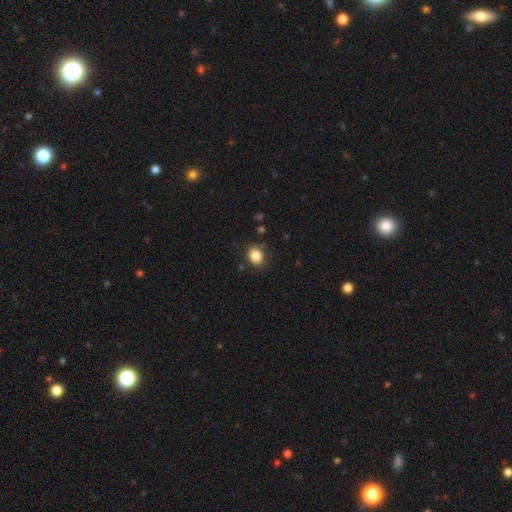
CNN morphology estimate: This appears to be a smooth galaxy with no disk features (85%) that is round (55%). Merging: none (82%).